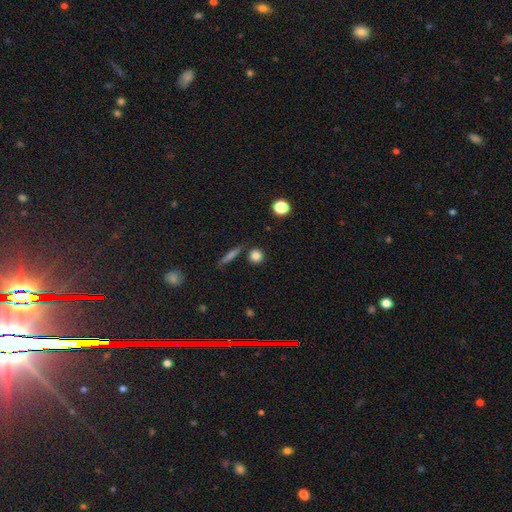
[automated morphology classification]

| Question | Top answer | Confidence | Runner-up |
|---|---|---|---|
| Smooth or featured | smooth | 84% | star or artifact (10%) |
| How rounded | round | 89% | in between (8%) |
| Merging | none | 84% | minor disturbance (8%) |